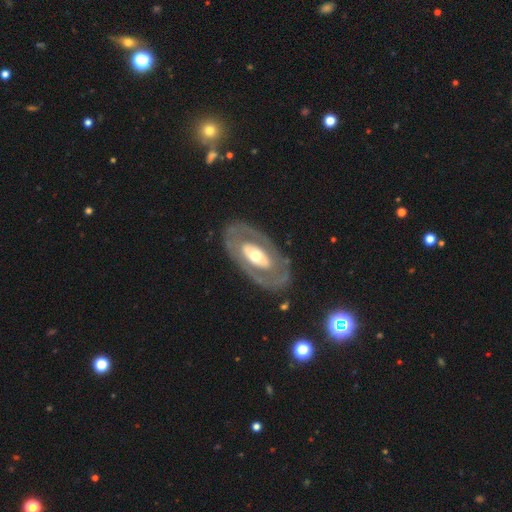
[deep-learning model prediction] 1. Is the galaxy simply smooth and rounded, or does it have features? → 70% featured or disk, 26% smooth, 4% star or artifact.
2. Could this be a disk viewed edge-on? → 91% no, 9% yes.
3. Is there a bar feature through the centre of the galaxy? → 70% no, 17% weak, 13% strong.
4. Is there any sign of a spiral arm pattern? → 71% no, 29% yes.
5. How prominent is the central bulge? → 64% moderate, 21% large, 12% small, 2% dominant, 1% none.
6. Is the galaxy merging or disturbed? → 80% none, 12% minor disturbance, 7% major disturbance, 1% merger.